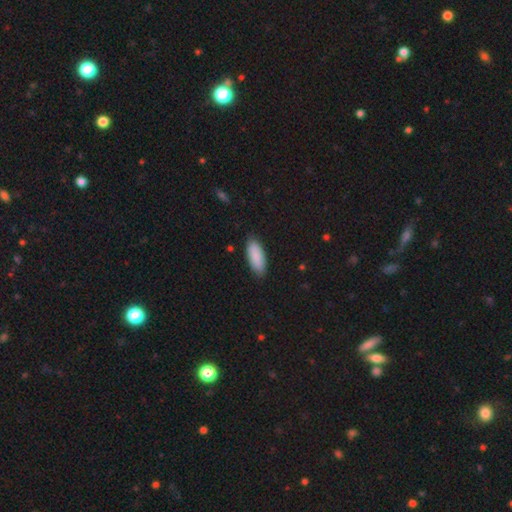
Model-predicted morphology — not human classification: Smooth or featured: smooth — 89% (featured or disk — 6%)
How rounded: in between — 78% (cigar-shaped — 20%)
Merging: none — 86% (minor disturbance — 11%)